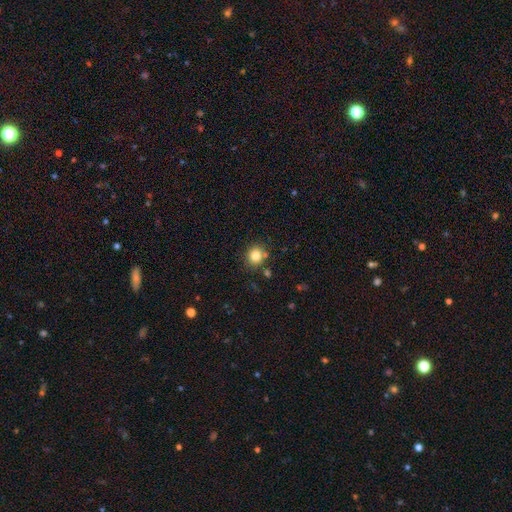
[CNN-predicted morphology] The model was most divided on "merging": none: 79%, minor disturbance: 11%, merger: 7%, major disturbance: 3%. More confident: how rounded — round (84%); smooth or featured — smooth (82%).